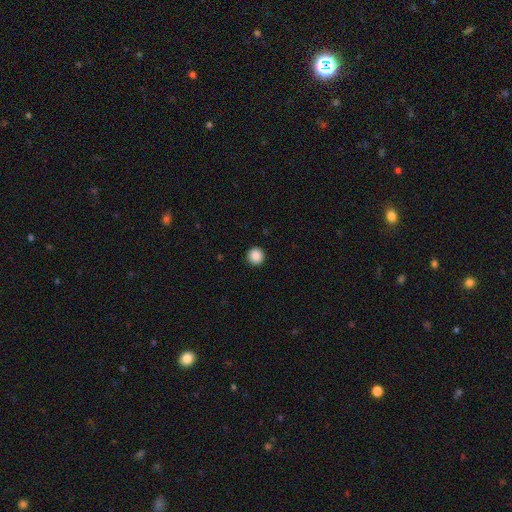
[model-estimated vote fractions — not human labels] Overall: smooth (88%). How rounded: round (96%). Merging: none (93%).